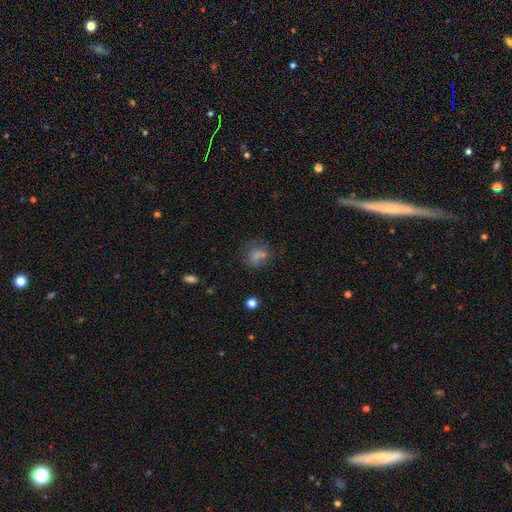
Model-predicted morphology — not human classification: This appears to be a smooth galaxy with no disk features (62%) that is round (50%). Merging: none (57%).